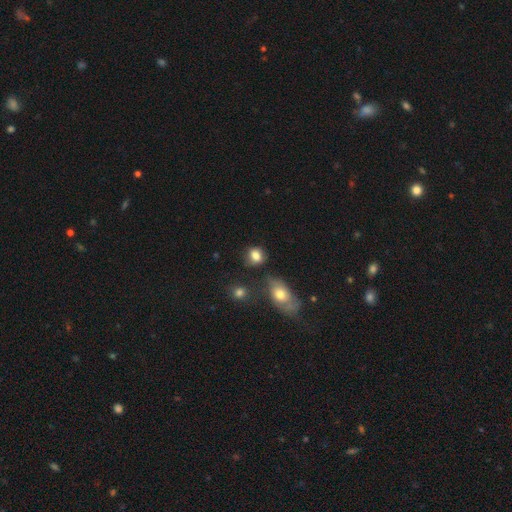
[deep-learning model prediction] A smooth galaxy with no disk features (82%) that is round (60%).

Vote fractions:
- Smooth or featured? smooth: 82% / star or artifact: 10% / featured or disk: 9%
- How rounded? round: 60% / in between: 38% / cigar-shaped: 2%
- Merging? none: 66% / minor disturbance: 19% / merger: 10% / major disturbance: 6%